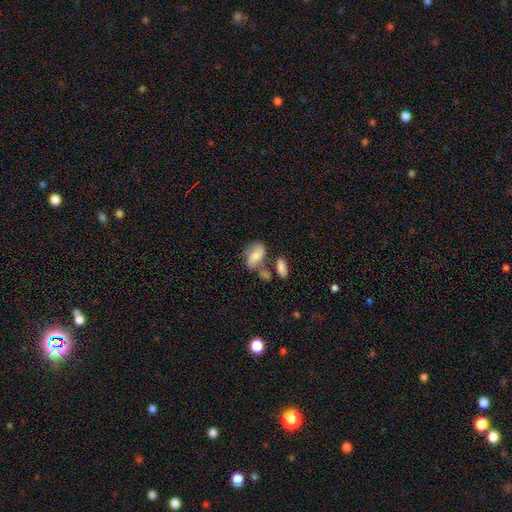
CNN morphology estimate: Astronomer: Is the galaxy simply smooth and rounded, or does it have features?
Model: smooth — 63%.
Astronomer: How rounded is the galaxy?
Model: in between — 89%.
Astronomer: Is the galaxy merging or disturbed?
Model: none — 39% (runner-up: merger, 30%).